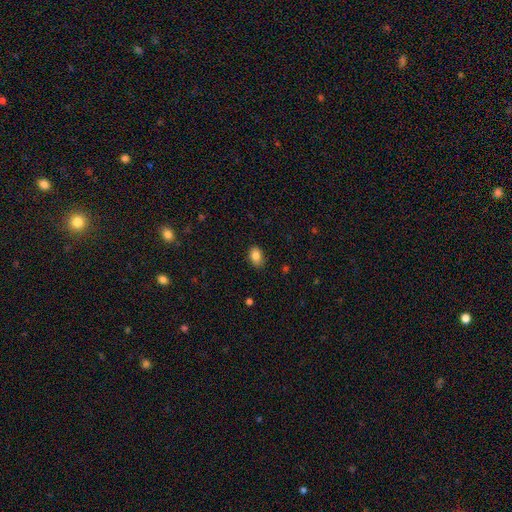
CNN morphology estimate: This is clearly a smooth galaxy (85%). How rounded: clearly in between (80%). Merging: clearly none (82%).